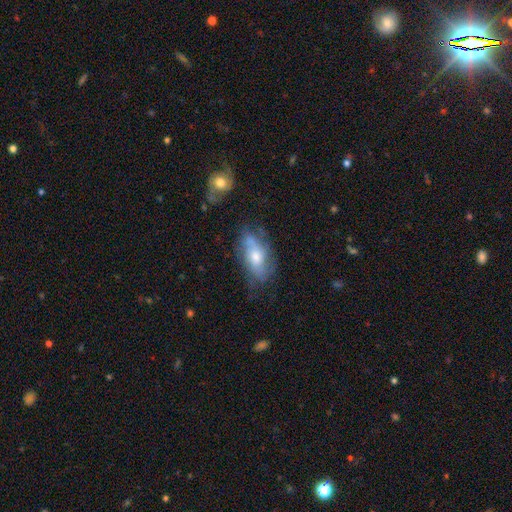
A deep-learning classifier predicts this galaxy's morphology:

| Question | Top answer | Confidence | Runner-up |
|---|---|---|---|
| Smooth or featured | featured or disk | 55% | smooth (36%) |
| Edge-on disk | no | 84% | yes (16%) |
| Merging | none | 61% | minor disturbance (25%) |